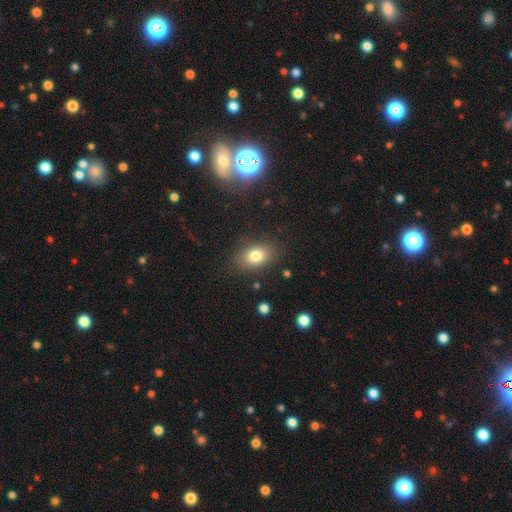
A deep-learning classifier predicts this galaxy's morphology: The model was most divided on "how rounded": in between: 80%, round: 18%, cigar-shaped: 2%. More confident: merging — none (83%); smooth or featured — smooth (79%).